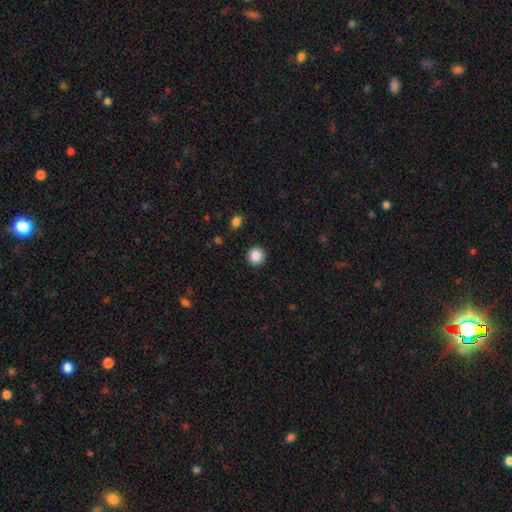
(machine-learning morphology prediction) This is clearly a smooth galaxy (87%). How rounded: clearly round (94%). Merging: clearly none (92%).